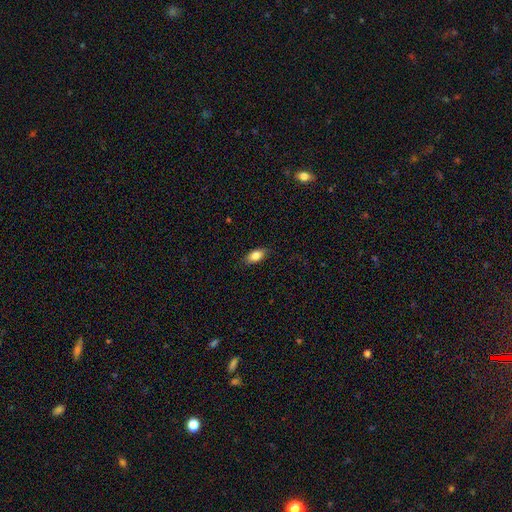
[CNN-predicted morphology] smooth_or_featured: smooth (p=0.83) [alt: featured or disk p=0.10]
how_rounded: in between (p=0.88) [alt: cigar-shaped p=0.06]
merging: none (p=0.85) [alt: minor disturbance p=0.11]